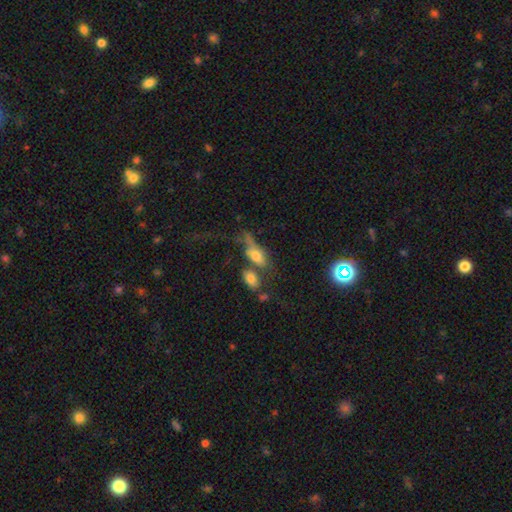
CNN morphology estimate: This appears to be a smooth galaxy with no disk features (58%) that is in between round and cigar-shaped (74%). Merging: merger (34%).